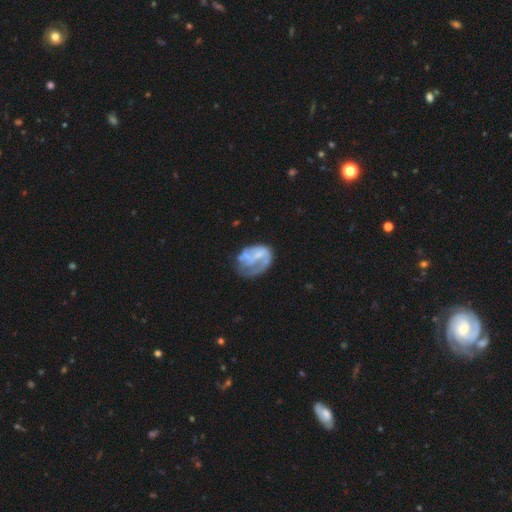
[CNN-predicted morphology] Smooth or featured? featured or disk (62%)
Edge-on disk? no (98%)
Bar? no (61%)
Spiral arms? yes (54%)
Bulge size? none (51%)
Merging? major disturbance (36%)